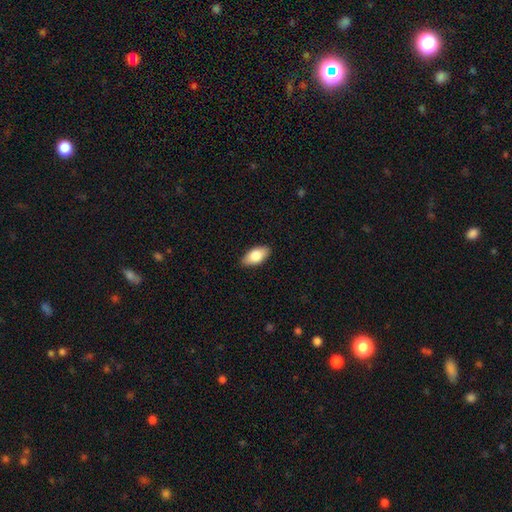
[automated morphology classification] Smooth or featured: smooth — 80% (featured or disk — 14%)
How rounded: in between — 92% (cigar-shaped — 4%)
Merging: none — 88% (minor disturbance — 9%)